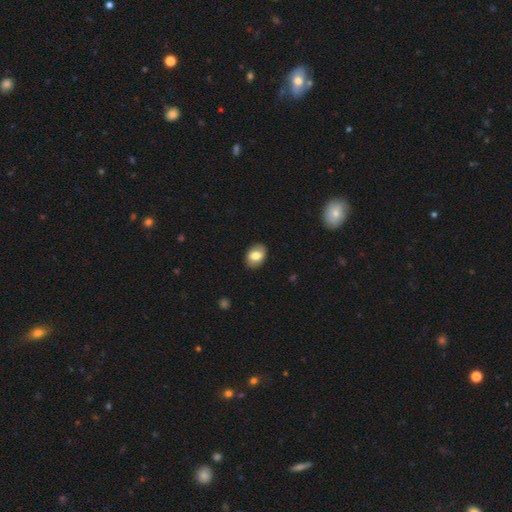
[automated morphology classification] Overall: smooth (76%). How rounded: in between (76%). Merging: none (87%).